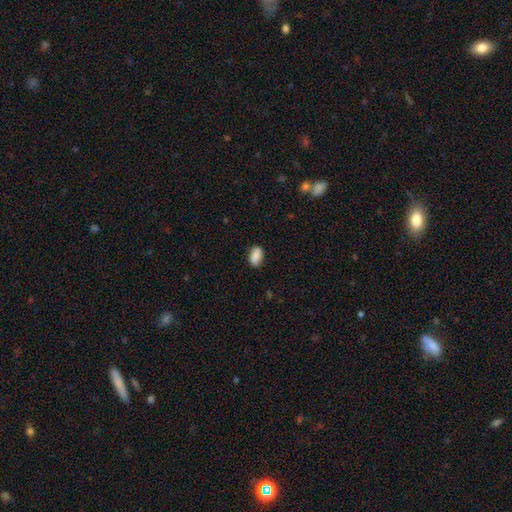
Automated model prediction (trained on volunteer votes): The model was most divided on "merging": none: 83%, minor disturbance: 13%, major disturbance: 3%, merger: 1%. More confident: how rounded — in between (91%); smooth or featured — smooth (88%).